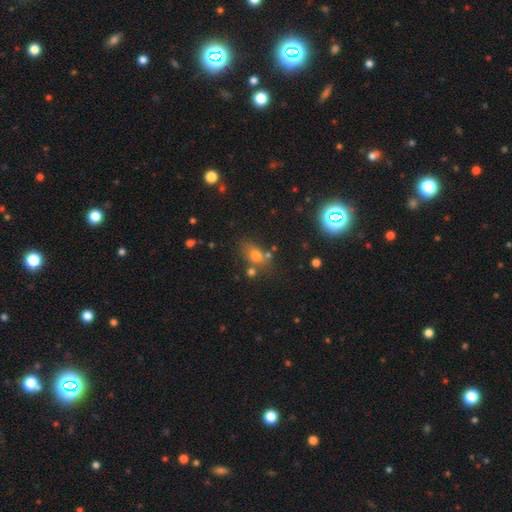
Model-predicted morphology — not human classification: A smooth galaxy with no disk features (68%) that is in between round and cigar-shaped (63%). Merging: none (59%).